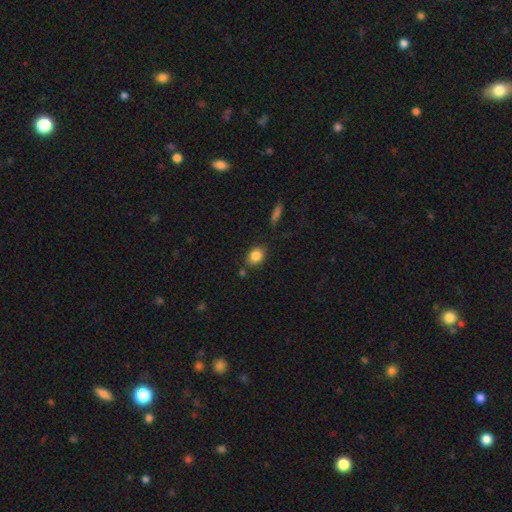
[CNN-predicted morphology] smooth 85%, star or artifact 9%, featured or disk 6%. Down the decision tree: how rounded — in between (66%); merging — none (76%).